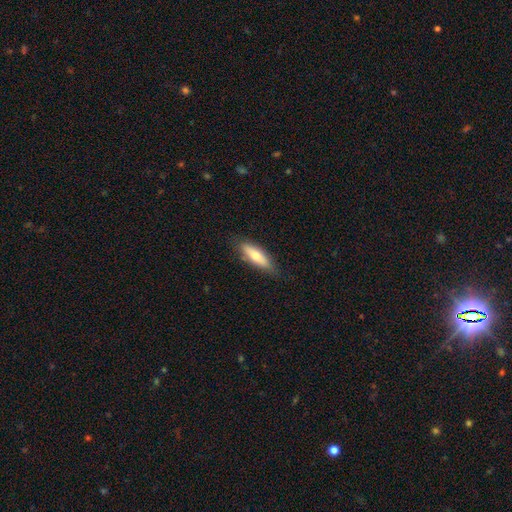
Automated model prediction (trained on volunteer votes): The model was most divided on "how rounded": cigar-shaped: 51%, in between: 47%, round: 2%. More confident: merging — none (81%); smooth or featured — smooth (66%).